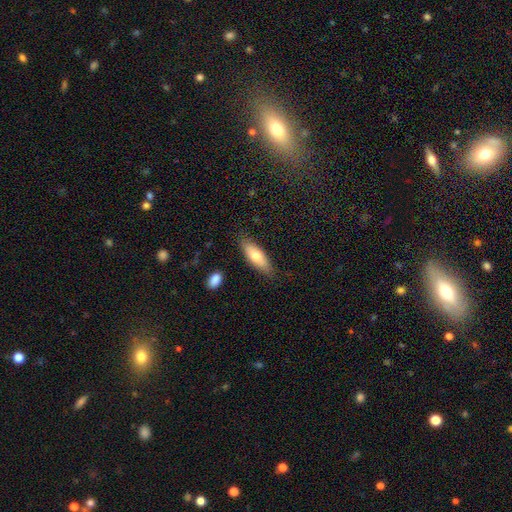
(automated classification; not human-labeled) A smooth galaxy with no disk features (71%) that is in between round and cigar-shaped (60%).

Vote fractions:
- Smooth or featured? smooth: 71% / featured or disk: 22% / star or artifact: 6%
- How rounded? in between: 60% / cigar-shaped: 38% / round: 2%
- Merging? none: 82% / minor disturbance: 13% / major disturbance: 3% / merger: 2%